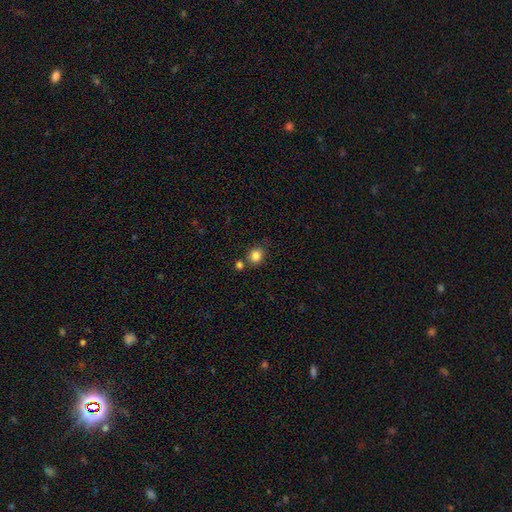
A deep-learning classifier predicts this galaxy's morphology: Smooth or featured: smooth — 84% (star or artifact — 11%)
How rounded: round — 76% (in between — 23%)
Merging: none — 71% (merger — 15%)